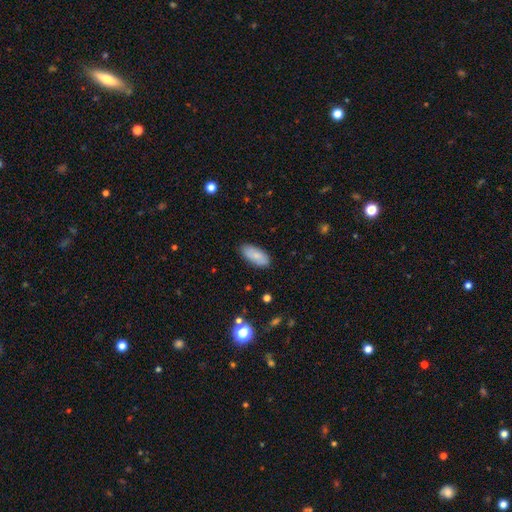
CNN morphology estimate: Smooth or featured? smooth (80%)
How rounded? in between (87%)
Merging? none (86%)